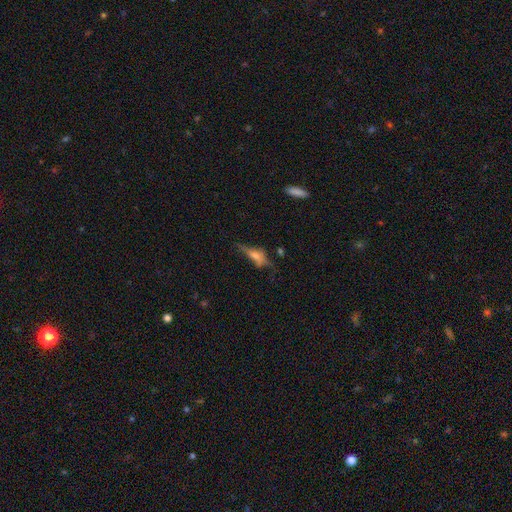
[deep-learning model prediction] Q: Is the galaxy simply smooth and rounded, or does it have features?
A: featured or disk — 52%.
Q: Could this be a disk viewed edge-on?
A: yes — 74%.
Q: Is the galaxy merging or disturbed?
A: none — 47%.